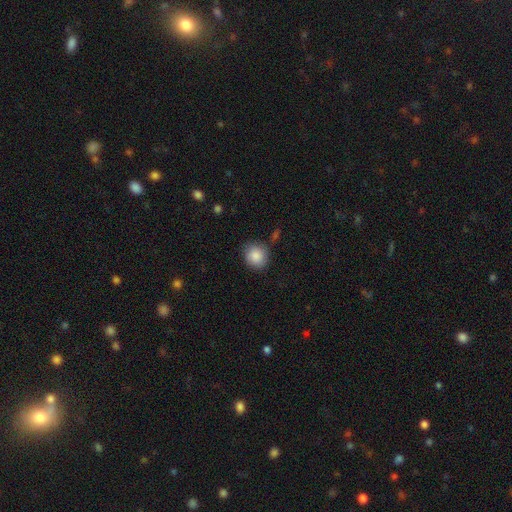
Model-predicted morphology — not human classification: This appears to be a smooth galaxy with no disk features (88%) that is round (85%). Merging: none (79%).